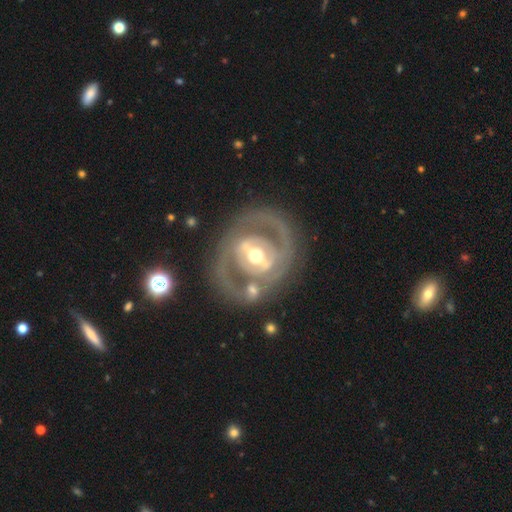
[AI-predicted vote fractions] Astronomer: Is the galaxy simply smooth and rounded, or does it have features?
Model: featured or disk — 81%.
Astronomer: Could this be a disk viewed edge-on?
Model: no — 95%.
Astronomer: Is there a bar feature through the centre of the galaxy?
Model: strong — 51% (runner-up: weak, 30%).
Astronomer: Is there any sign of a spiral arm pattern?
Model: yes — 57% (runner-up: no, 43%).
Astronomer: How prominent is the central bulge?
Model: moderate — 73%.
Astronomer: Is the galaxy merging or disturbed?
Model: none — 66%.